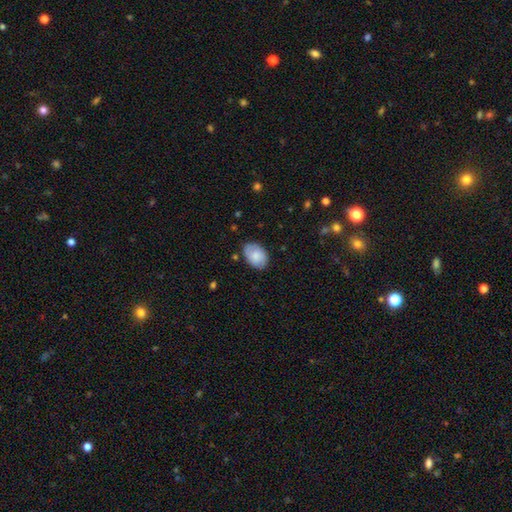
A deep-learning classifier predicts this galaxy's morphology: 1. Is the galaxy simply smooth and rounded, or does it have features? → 78% smooth, 15% featured or disk, 7% star or artifact.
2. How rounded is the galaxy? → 84% in between, 15% round, 1% cigar-shaped.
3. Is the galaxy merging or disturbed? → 80% none, 16% minor disturbance, 3% major disturbance, 1% merger.